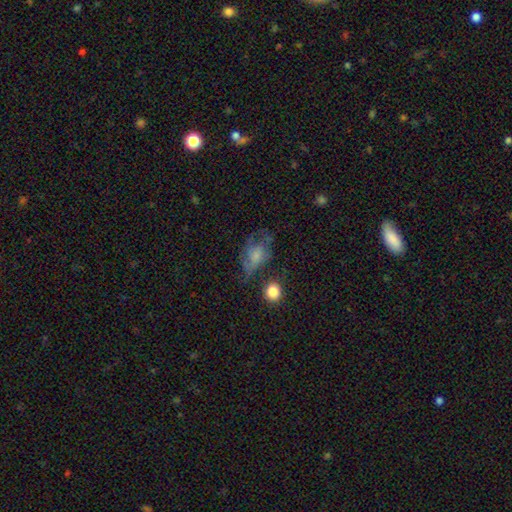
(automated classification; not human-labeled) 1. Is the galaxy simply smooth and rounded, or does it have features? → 47% smooth, 42% featured or disk, 12% star or artifact.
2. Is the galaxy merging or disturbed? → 36% none, 33% major disturbance, 26% minor disturbance, 5% merger.